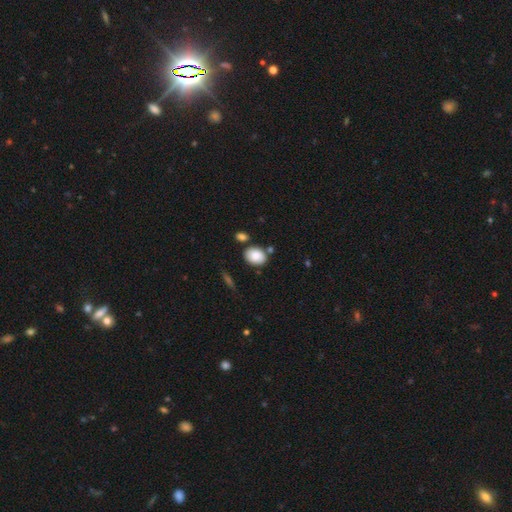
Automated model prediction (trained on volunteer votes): Smooth or featured? Predicted: smooth (p=0.87). How rounded? Predicted: in between (p=0.65). Merging? Predicted: none (p=0.73).